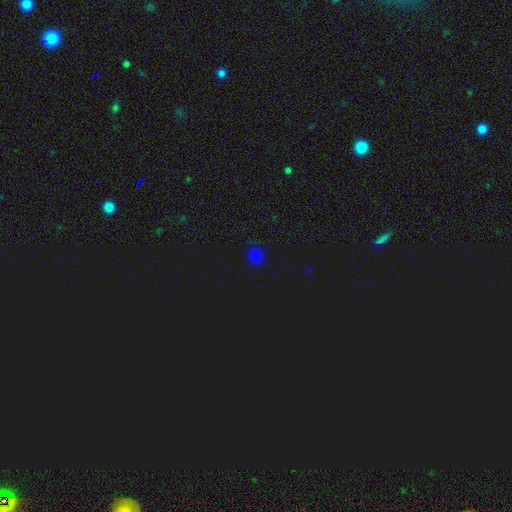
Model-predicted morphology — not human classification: Smooth or featured? smooth (74%)
How rounded? round (76%)
Merging? none (89%)